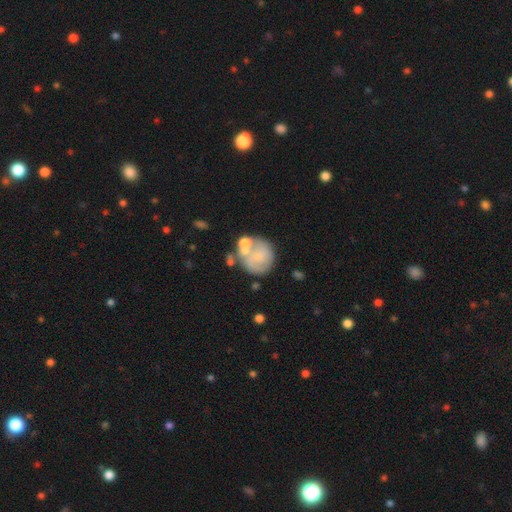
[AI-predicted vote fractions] Smooth or featured?
  - smooth: 52% *
  - featured or disk: 38%
  - star or artifact: 9%
How rounded?
  - round: 82% *
  - in between: 17%
  - cigar-shaped: 1%
Merging?
  - none: 51% *
  - minor disturbance: 19%
  - merger: 18%
  - major disturbance: 12%